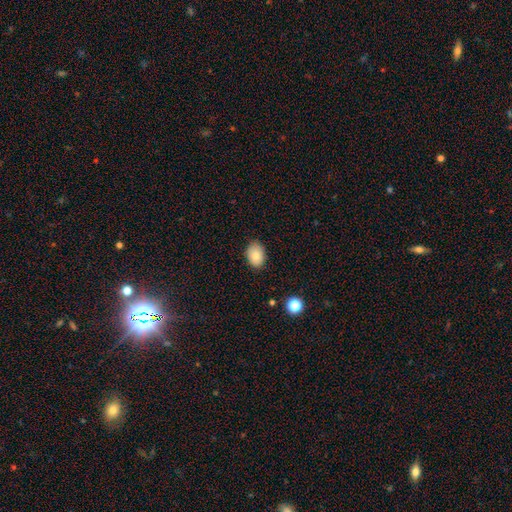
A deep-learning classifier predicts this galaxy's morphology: Overall: smooth (84%). How rounded: in between (78%). Merging: none (84%).